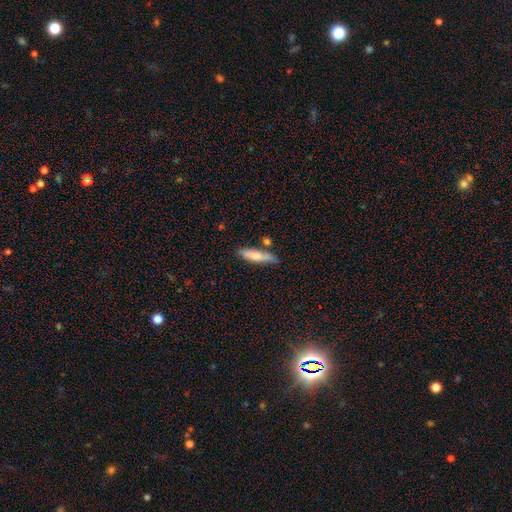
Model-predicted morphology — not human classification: Smooth or featured? smooth (72%)
How rounded? cigar-shaped (75%)
Merging? none (66%)